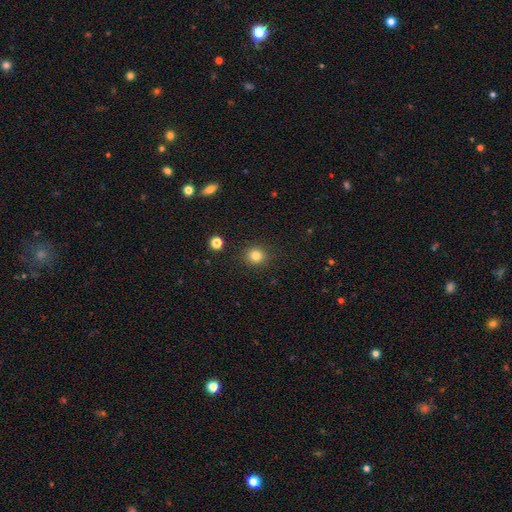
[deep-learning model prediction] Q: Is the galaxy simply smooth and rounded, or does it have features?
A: smooth — 82%.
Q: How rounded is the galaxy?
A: round — 86%.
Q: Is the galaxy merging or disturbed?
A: none — 90%.